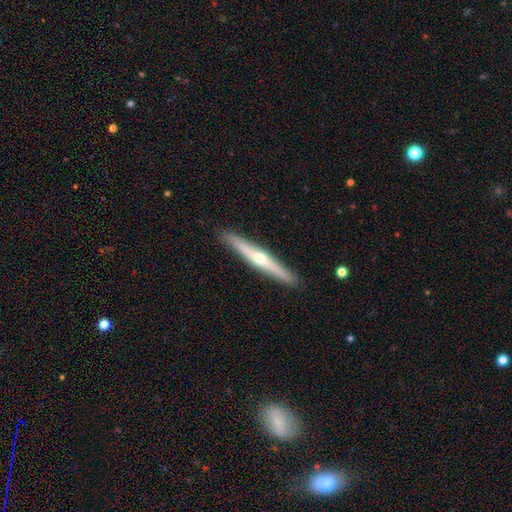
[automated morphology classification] Smooth or featured?
  - featured or disk: 70% *
  - smooth: 24%
  - star or artifact: 6%
Edge-on disk?
  - yes: 97% *
  - no: 3%
Edge-on bulge?
  - rounded: 87% *
  - none: 10%
  - boxy: 3%
Merging?
  - none: 92% *
  - minor disturbance: 6%
  - major disturbance: 1%
  - merger: 1%